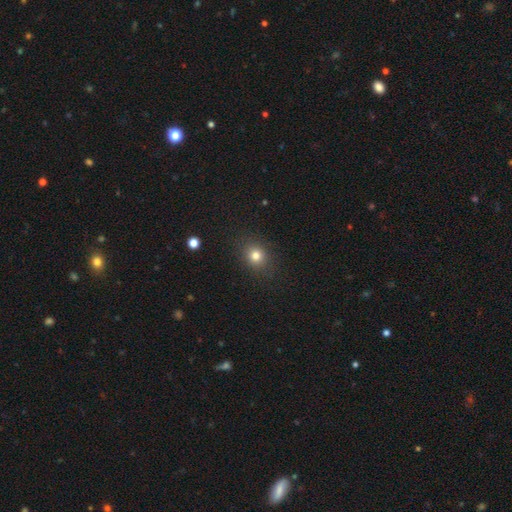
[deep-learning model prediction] Smooth or featured?
  - smooth: 79% *
  - star or artifact: 14%
  - featured or disk: 7%
How rounded?
  - round: 69% *
  - in between: 30%
  - cigar-shaped: 1%
Merging?
  - none: 87% *
  - minor disturbance: 9%
  - major disturbance: 3%
  - merger: 1%